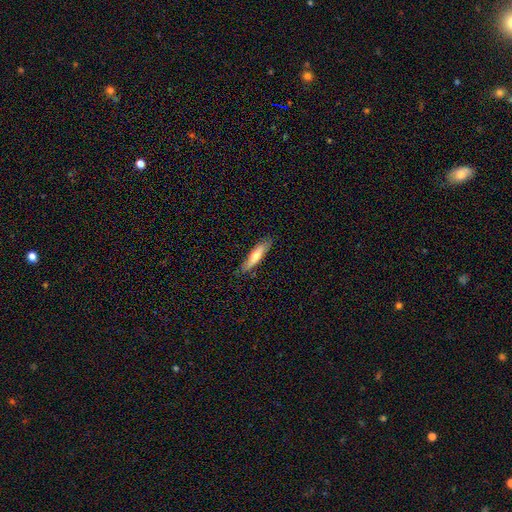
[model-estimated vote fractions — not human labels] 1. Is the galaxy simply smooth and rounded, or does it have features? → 61% smooth, 33% featured or disk, 6% star or artifact.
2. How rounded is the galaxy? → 79% cigar-shaped, 20% in between, 2% round.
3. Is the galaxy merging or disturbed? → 84% none, 13% minor disturbance, 2% major disturbance, 1% merger.